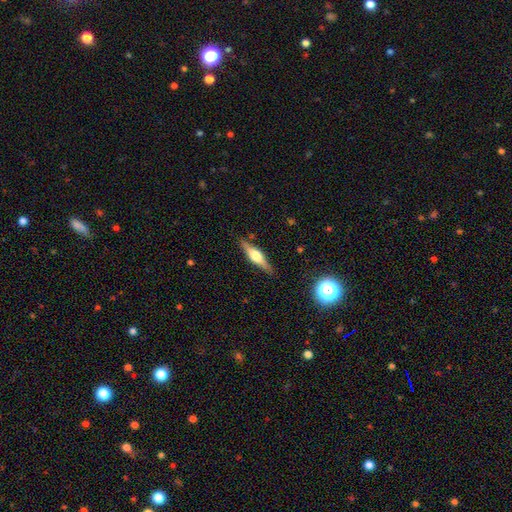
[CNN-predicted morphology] Smooth or featured: featured or disk — 62% (smooth — 31%)
Edge-on disk: yes — 96% (no — 4%)
Edge-on bulge: rounded — 89% (boxy — 9%)
Merging: none — 86% (minor disturbance — 10%)